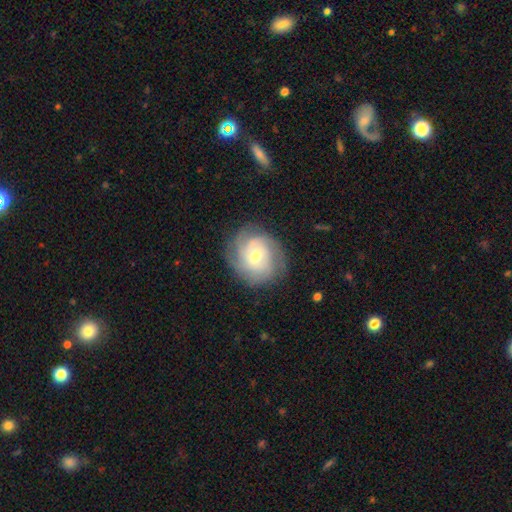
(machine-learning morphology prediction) type=featured or disk (75%); edge-on=no (97%); bar=weak (47%); spiral arms=yes (92%); winding=tight (65%); arm count=can't tell (35%); bulge=moderate (58%); merging=none (77%).